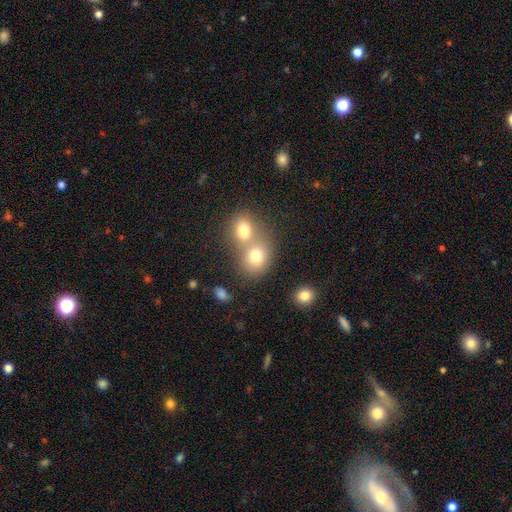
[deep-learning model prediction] A smooth galaxy with no disk features (62%) that is round (78%).

Vote fractions:
- Smooth or featured? smooth: 62% / star or artifact: 21% / featured or disk: 17%
- How rounded? round: 78% / in between: 21% / cigar-shaped: 1%
- Merging? merger: 53% / none: 38% / minor disturbance: 6% / major disturbance: 3%